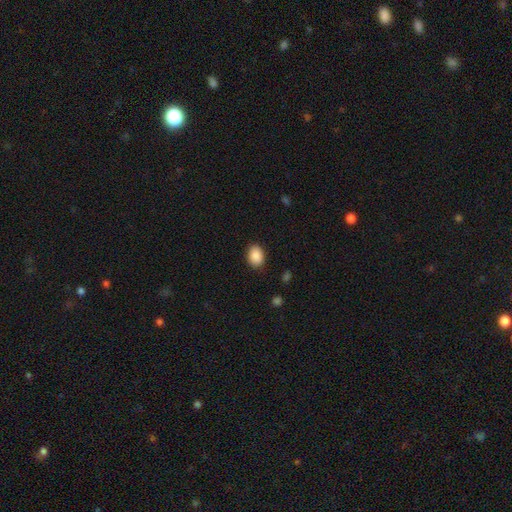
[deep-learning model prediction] Smooth or featured? Predicted: smooth (p=0.89). How rounded? Predicted: in between (p=0.72). Merging? Predicted: none (p=0.87).